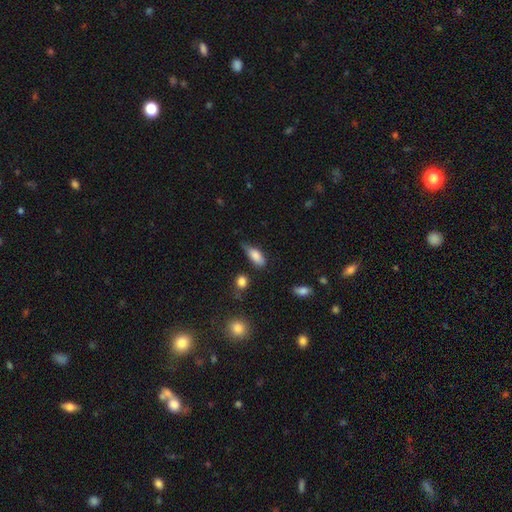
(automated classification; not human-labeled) Smooth or featured?
  - smooth: 81% *
  - featured or disk: 11%
  - star or artifact: 8%
How rounded?
  - in between: 80% *
  - cigar-shaped: 17%
  - round: 3%
Merging?
  - minor disturbance: 44% *
  - none: 41%
  - major disturbance: 11%
  - merger: 3%